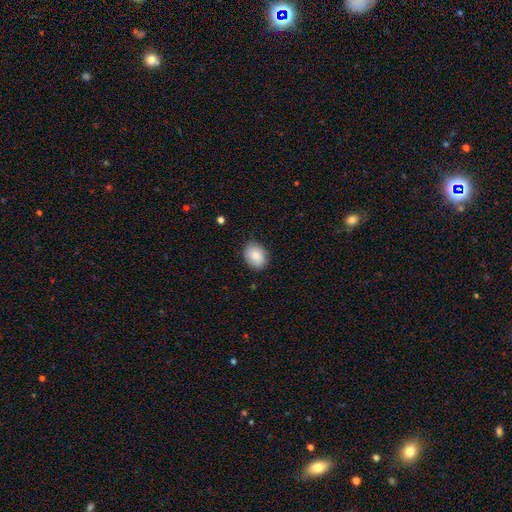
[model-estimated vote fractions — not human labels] smooth 86%, star or artifact 7%, featured or disk 7%. Down the decision tree: how rounded — in between (67%); merging — none (84%).